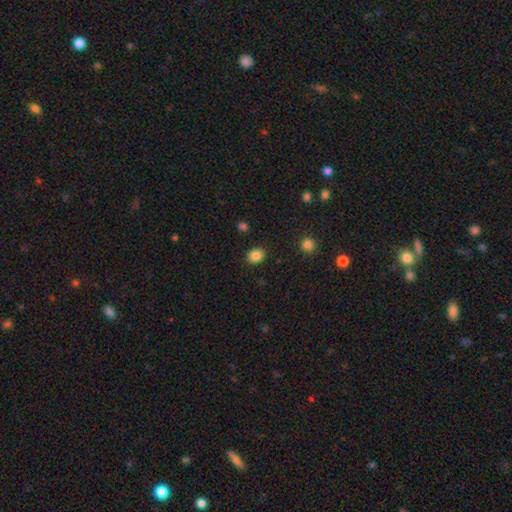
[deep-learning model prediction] A smooth galaxy with no disk features (85%) that is round (56%).

Vote fractions:
- Smooth or featured? smooth: 85% / star or artifact: 11% / featured or disk: 4%
- How rounded? round: 56% / in between: 43% / cigar-shaped: 1%
- Merging? none: 89% / minor disturbance: 8% / major disturbance: 2% / merger: 1%